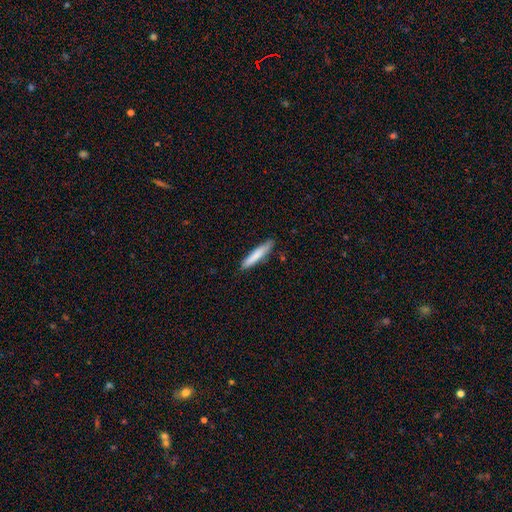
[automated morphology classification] The model was most divided on "smooth or featured": smooth: 79%, featured or disk: 15%, star or artifact: 6%. More confident: how rounded — cigar-shaped (89%); merging — none (83%).